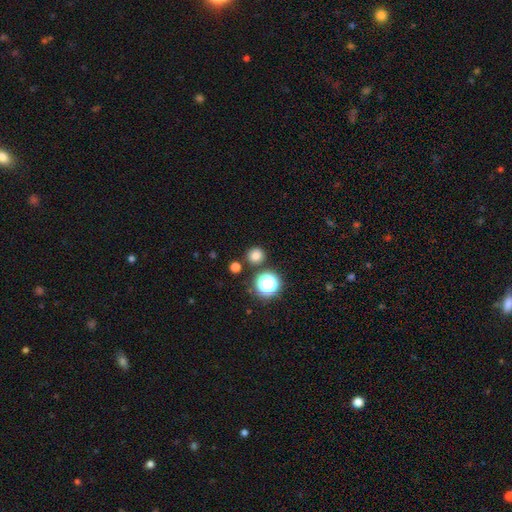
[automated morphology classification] A smooth galaxy with no disk features (77%) that is round (92%).

Vote fractions:
- Smooth or featured? smooth: 77% / star or artifact: 18% / featured or disk: 5%
- How rounded? round: 92% / in between: 7% / cigar-shaped: 1%
- Merging? none: 85% / minor disturbance: 6% / merger: 6% / major disturbance: 3%